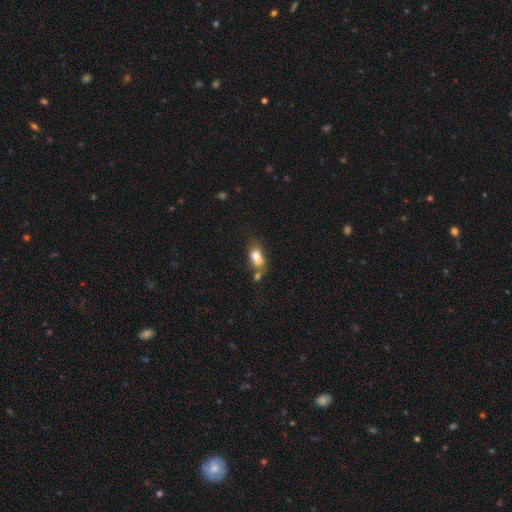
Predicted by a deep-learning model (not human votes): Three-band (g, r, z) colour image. It shows a smooth galaxy with no disk features (71%) that is in between round and cigar-shaped (71%). Merging: merger (49%).